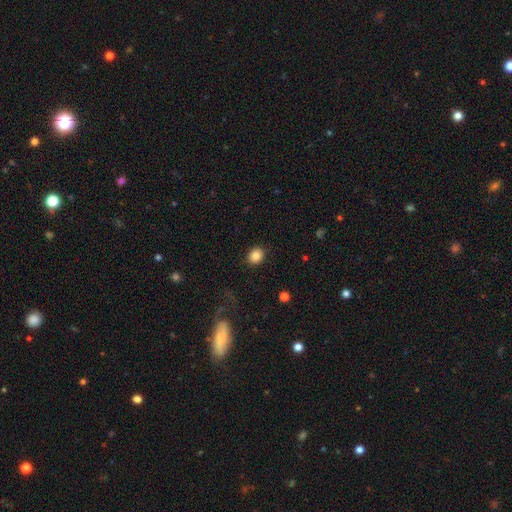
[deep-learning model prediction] A smooth galaxy with no disk features (84%) that is round (65%). Merging: none (89%).